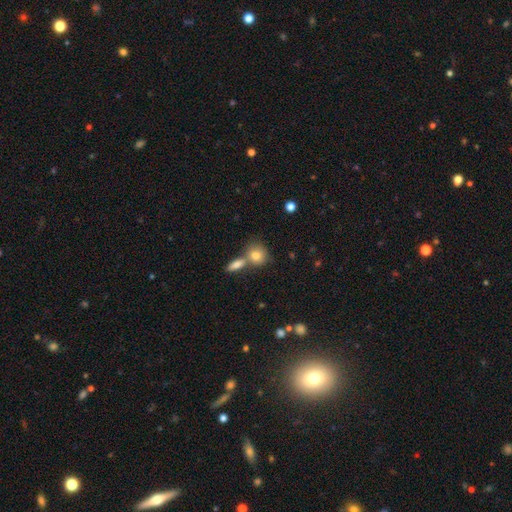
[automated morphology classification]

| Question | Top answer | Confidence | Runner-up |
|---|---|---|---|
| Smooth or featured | smooth | 79% | featured or disk (13%) |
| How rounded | round | 69% | in between (29%) |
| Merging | none | 48% | merger (39%) |